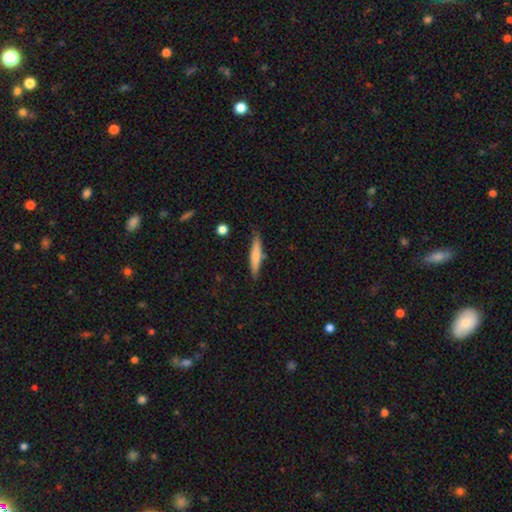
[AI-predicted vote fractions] Morphology: type=smooth (65%); roundness=cigar-shaped (87%); merging=none (81%).